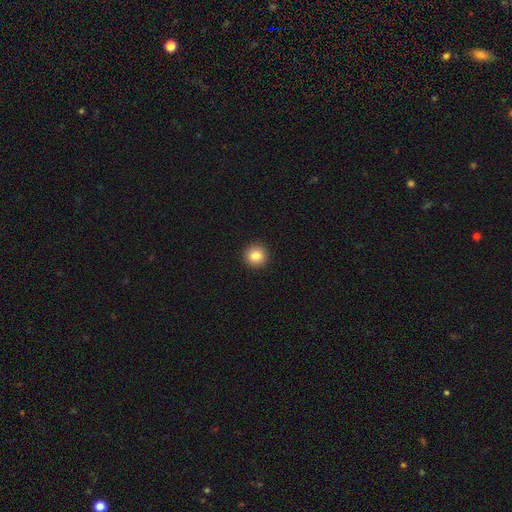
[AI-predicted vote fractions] This appears to be a smooth galaxy with no disk features (83%) that is round (94%). Merging: none (93%).